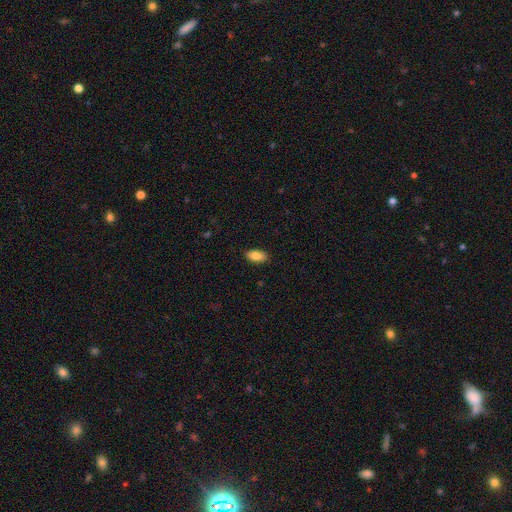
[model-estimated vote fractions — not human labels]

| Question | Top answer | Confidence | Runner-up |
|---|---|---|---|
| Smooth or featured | smooth | 87% | star or artifact (7%) |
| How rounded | in between | 93% | round (4%) |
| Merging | none | 88% | minor disturbance (9%) |